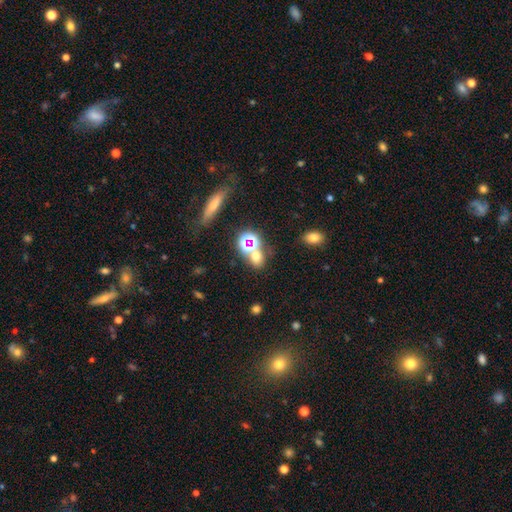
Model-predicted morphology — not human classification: This is possibly a smooth galaxy (58%). How rounded: possibly round (56%). Merging: likely none (63%).